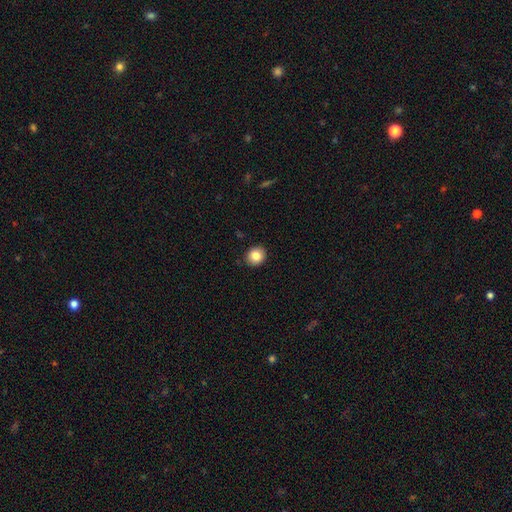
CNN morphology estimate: The model was most divided on "how rounded": round: 77%, in between: 22%, cigar-shaped: 1%. More confident: merging — none (90%); smooth or featured — smooth (84%).